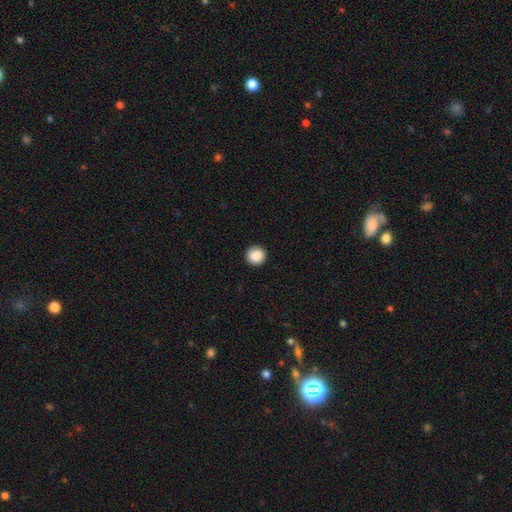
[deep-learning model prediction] Smooth or featured? smooth (89%)
How rounded? round (96%)
Merging? none (93%)